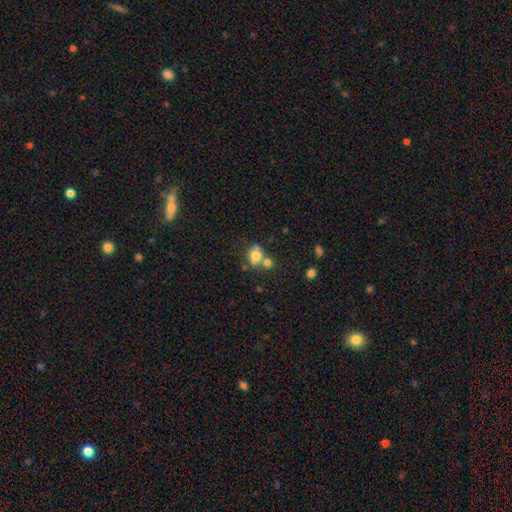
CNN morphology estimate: Smooth or featured?
  - smooth: 72% *
  - featured or disk: 17%
  - star or artifact: 11%
How rounded?
  - round: 58% *
  - in between: 40%
  - cigar-shaped: 1%
Merging?
  - merger: 42% *
  - none: 40%
  - minor disturbance: 13%
  - major disturbance: 6%